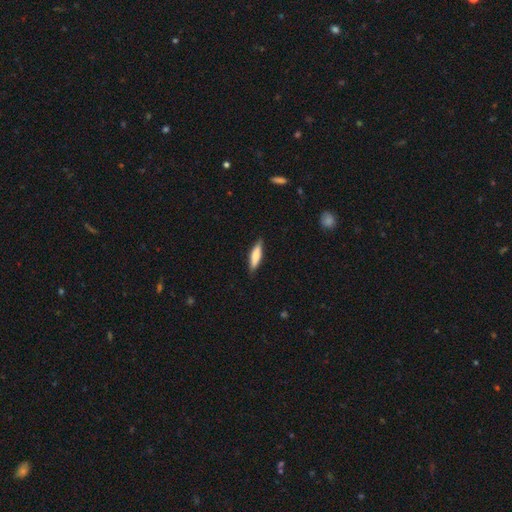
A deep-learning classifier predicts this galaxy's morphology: Q: Smooth or featured?
A: smooth (70%); runner-up: featured or disk (24%)
Q: How rounded?
A: cigar-shaped (65%); runner-up: in between (33%)
Q: Merging?
A: none (86%); runner-up: minor disturbance (11%)